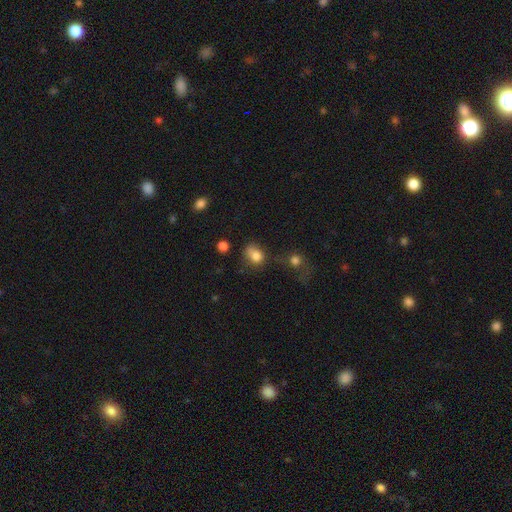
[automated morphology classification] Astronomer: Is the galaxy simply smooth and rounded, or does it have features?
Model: smooth — 80%.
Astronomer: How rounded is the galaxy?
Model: in between — 52% (runner-up: round, 47%).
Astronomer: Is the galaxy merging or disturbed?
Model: none — 39% (runner-up: minor disturbance, 27%).